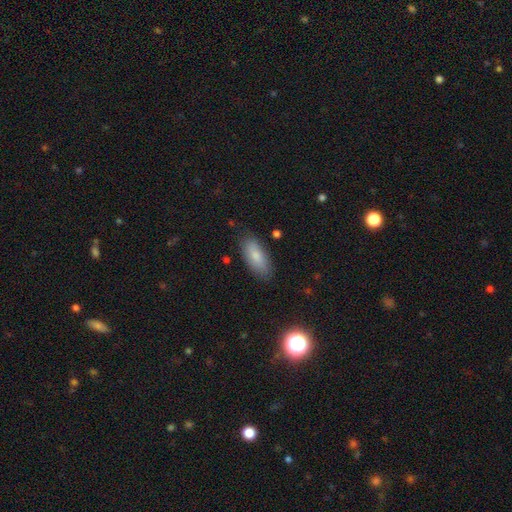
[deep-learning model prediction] smooth 82%, featured or disk 11%, star or artifact 7%. Down the decision tree: how rounded — in between (81%); merging — none (82%).